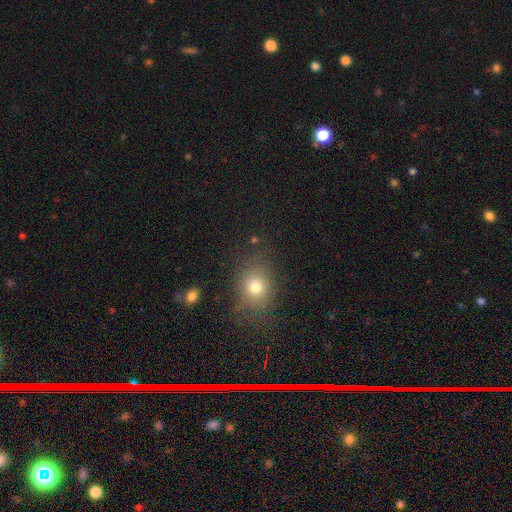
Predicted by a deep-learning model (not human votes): Smooth or featured: smooth — 54% (star or artifact — 36%)
How rounded: in between — 62% (round — 35%)
Merging: none — 86% (minor disturbance — 9%)